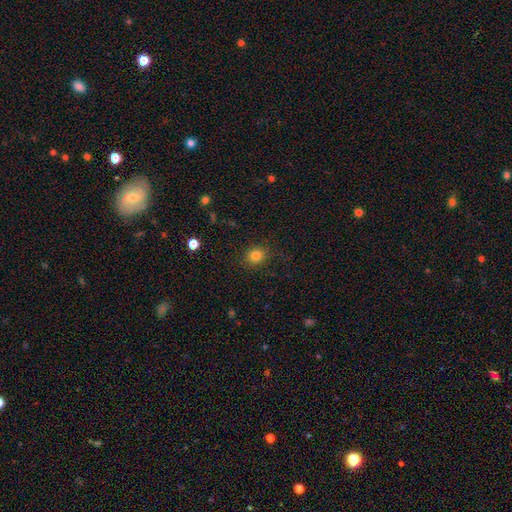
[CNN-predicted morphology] Smooth or featured?
  - smooth: 81% *
  - star or artifact: 13%
  - featured or disk: 6%
How rounded?
  - round: 78% *
  - in between: 21%
  - cigar-shaped: 1%
Merging?
  - none: 87% *
  - minor disturbance: 9%
  - major disturbance: 3%
  - merger: 1%